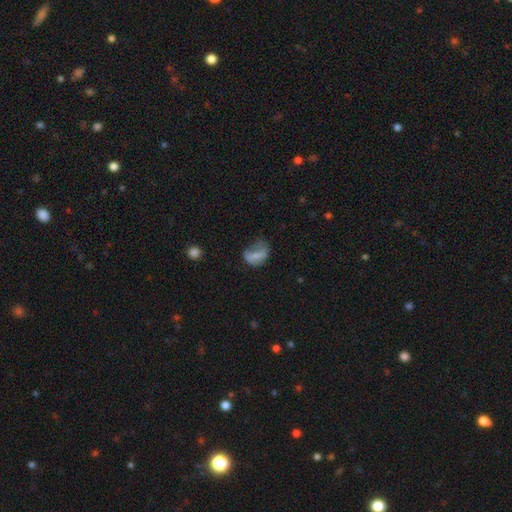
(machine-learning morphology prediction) Smooth or featured?
  - smooth: 64% *
  - featured or disk: 25%
  - star or artifact: 11%
How rounded?
  - in between: 74% *
  - round: 24%
  - cigar-shaped: 2%
Merging?
  - major disturbance: 41% *
  - minor disturbance: 29%
  - none: 27%
  - merger: 3%